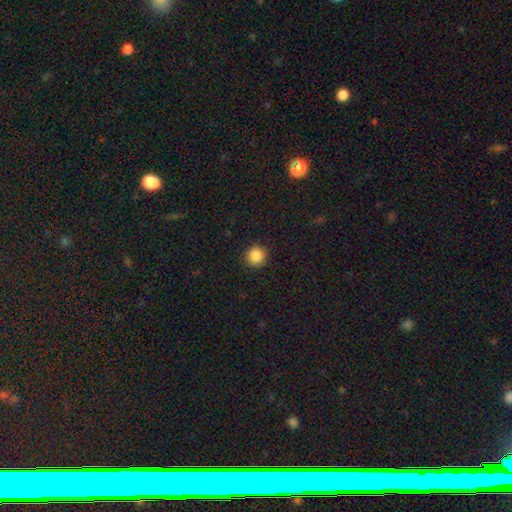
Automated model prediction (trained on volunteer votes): smooth_or_featured: smooth (p=0.87) [alt: star or artifact p=0.10]
how_rounded: round (p=0.93) [alt: in between p=0.06]
merging: none (p=0.90) [alt: minor disturbance p=0.07]